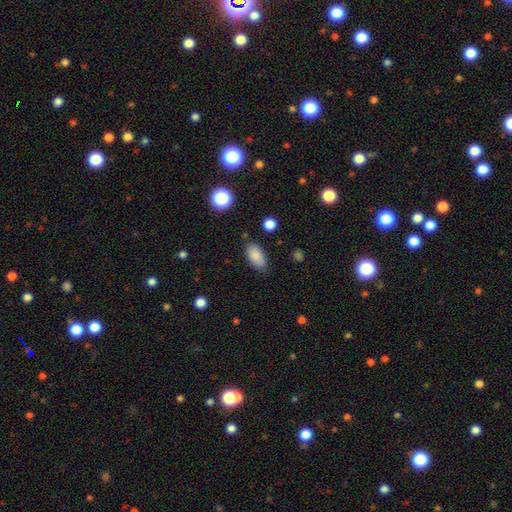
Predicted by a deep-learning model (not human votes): A smooth galaxy with no disk features (86%) that is in between round and cigar-shaped (92%). Merging: none (77%).